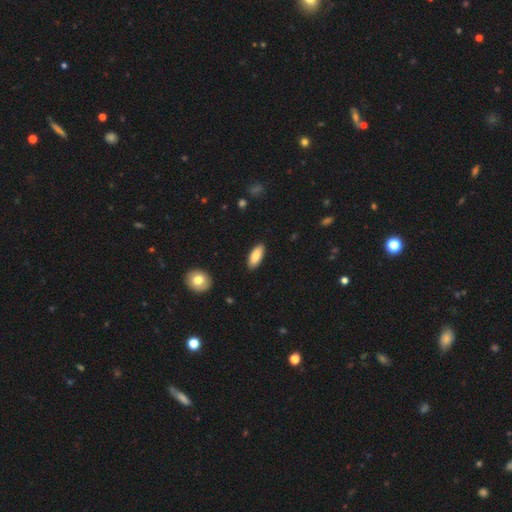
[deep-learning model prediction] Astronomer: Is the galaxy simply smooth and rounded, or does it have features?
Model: smooth — 84%.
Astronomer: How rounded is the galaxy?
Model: in between — 78%.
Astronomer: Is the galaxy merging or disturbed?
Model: none — 89%.